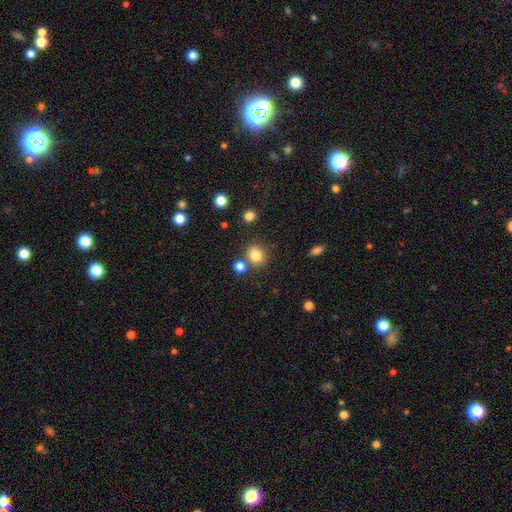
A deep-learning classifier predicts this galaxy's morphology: smooth_or_featured: smooth (p=0.81) [alt: star or artifact p=0.12]
how_rounded: round (p=0.76) [alt: in between p=0.23]
merging: none (p=0.73) [alt: merger p=0.12]